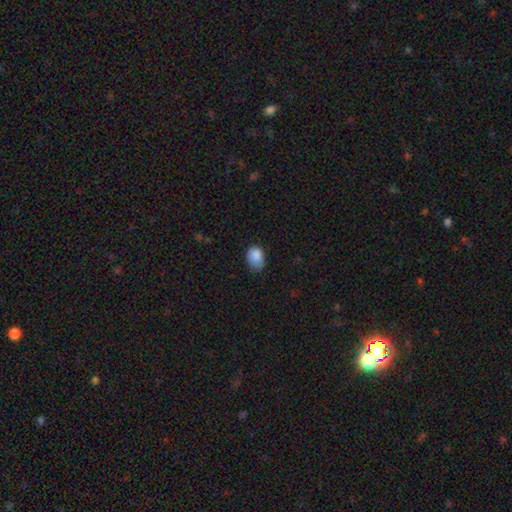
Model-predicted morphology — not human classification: smooth-or-featured: smooth: 85% | star or artifact: 8% | featured or disk: 7%
  how-rounded: in between: 73% | round: 26% | cigar-shaped: 1%
  merging: none: 53% | minor disturbance: 37% | major disturbance: 9% | merger: 2%